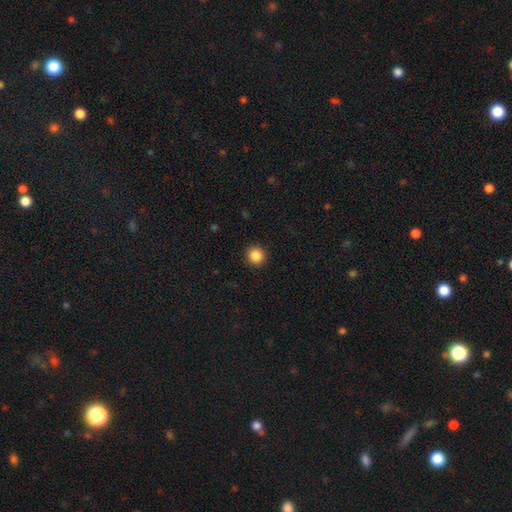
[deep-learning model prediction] Morphology: type=smooth (86%); roundness=round (92%); merging=none (92%).